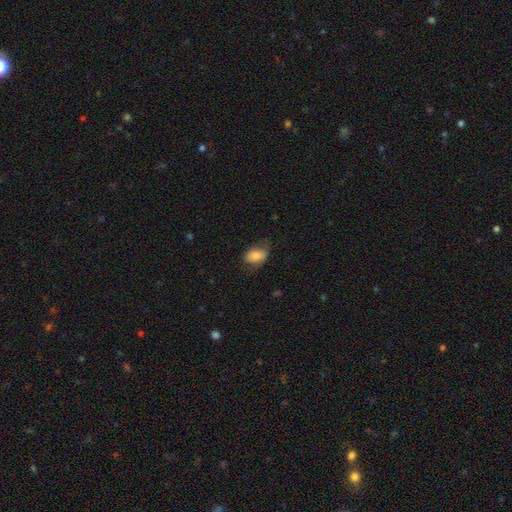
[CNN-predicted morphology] Q: Smooth or featured?
A: smooth (77%); runner-up: featured or disk (15%)
Q: How rounded?
A: in between (86%); runner-up: round (12%)
Q: Merging?
A: none (59%); runner-up: minor disturbance (28%)